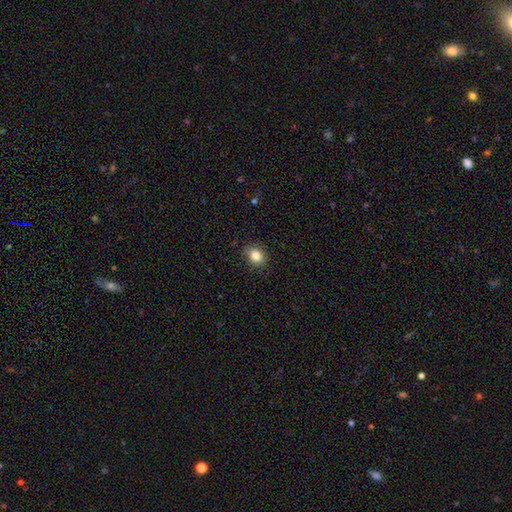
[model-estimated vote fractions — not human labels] Morphology: type=smooth (84%); roundness=in between (51%); merging=none (85%).